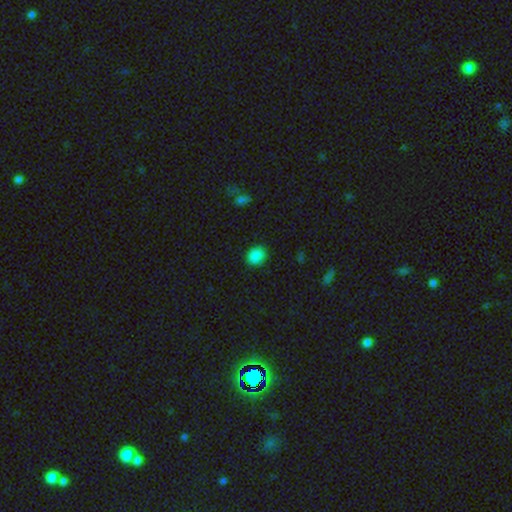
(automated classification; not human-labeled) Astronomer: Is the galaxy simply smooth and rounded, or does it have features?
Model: smooth — 86%.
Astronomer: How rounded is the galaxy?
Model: round — 62%.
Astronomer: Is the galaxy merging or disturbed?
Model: none — 86%.